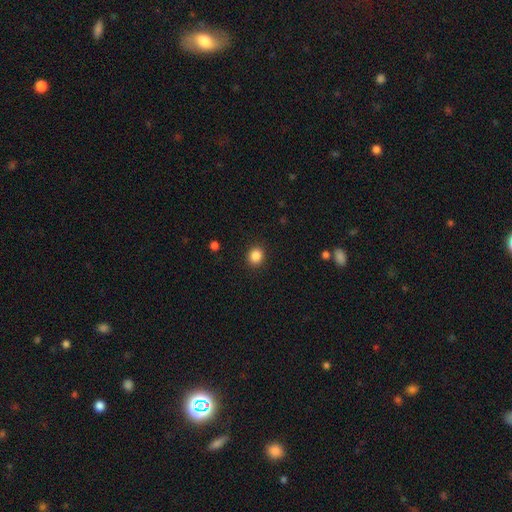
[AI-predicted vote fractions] smooth_or_featured: smooth (p=0.87) [alt: star or artifact p=0.10]
how_rounded: round (p=0.79) [alt: in between p=0.21]
merging: none (p=0.91) [alt: minor disturbance p=0.06]